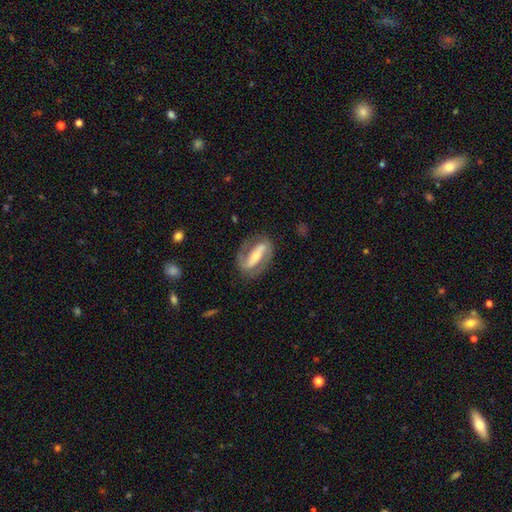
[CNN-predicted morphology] Smooth or featured?
  - featured or disk: 83% *
  - smooth: 12%
  - star or artifact: 5%
Edge-on disk?
  - no: 90% *
  - yes: 10%
Bar?
  - strong: 73% *
  - weak: 17%
  - no: 10%
Spiral arms?
  - yes: 86% *
  - no: 14%
Spiral winding?
  - medium: 43% *
  - tight: 34%
  - loose: 23%
Spiral arm count?
  - 2: 88% *
  - can't tell: 5%
  - 1: 4%
  - 3: 1%
  - 4: 1%
  - more than 4: 1%
Bulge size?
  - moderate: 48% *
  - small: 45%
  - large: 4%
  - none: 2%
  - dominant: 1%
Merging?
  - none: 81% *
  - minor disturbance: 12%
  - major disturbance: 6%
  - merger: 1%